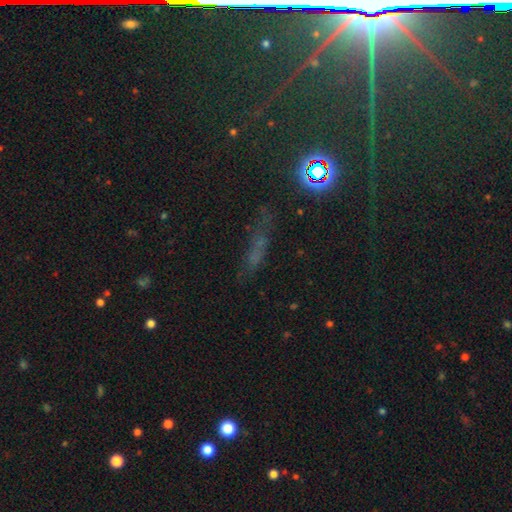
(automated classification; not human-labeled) This appears to be a star or artifact, not a galaxy (50%).